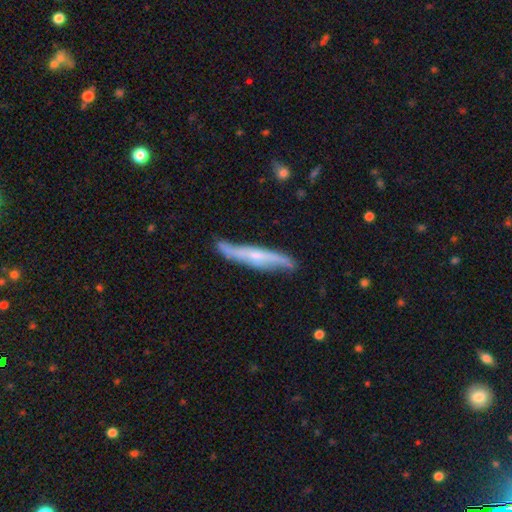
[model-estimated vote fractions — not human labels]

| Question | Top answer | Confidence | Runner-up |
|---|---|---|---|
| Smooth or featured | featured or disk | 68% | smooth (27%) |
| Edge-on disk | yes | 66% | no (34%) |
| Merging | none | 72% | minor disturbance (21%) |